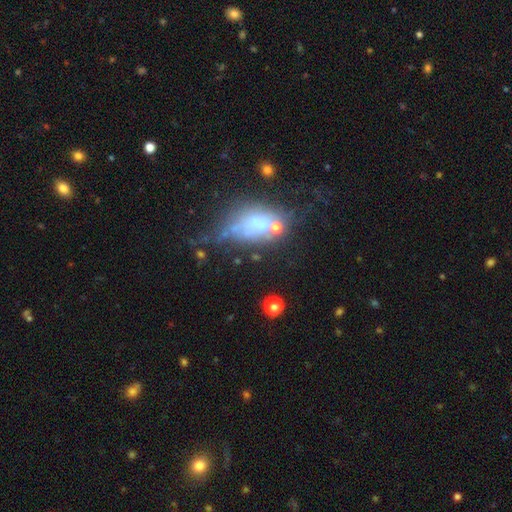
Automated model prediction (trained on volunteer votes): A featured or disk galaxy (38%). Merging: none (44%).